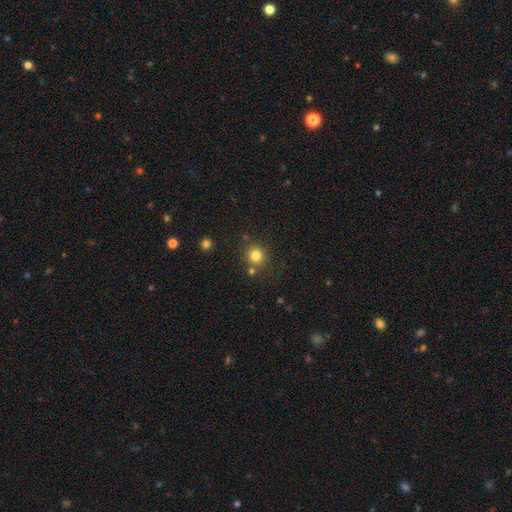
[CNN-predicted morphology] Smooth or featured?
  - smooth: 80% *
  - star or artifact: 13%
  - featured or disk: 7%
How rounded?
  - round: 89% *
  - in between: 10%
  - cigar-shaped: 1%
Merging?
  - none: 78% *
  - merger: 10%
  - minor disturbance: 9%
  - major disturbance: 3%